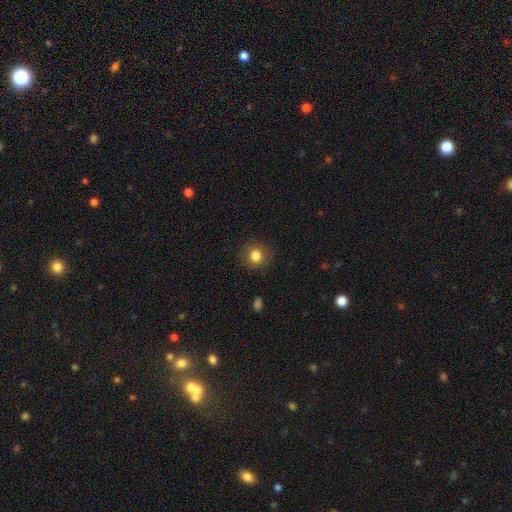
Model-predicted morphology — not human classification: A smooth galaxy with no disk features (83%) that is round (81%).

Vote fractions:
- Smooth or featured? smooth: 83% / star or artifact: 10% / featured or disk: 7%
- How rounded? round: 81% / in between: 18% / cigar-shaped: 1%
- Merging? none: 88% / minor disturbance: 8% / major disturbance: 3% / merger: 1%